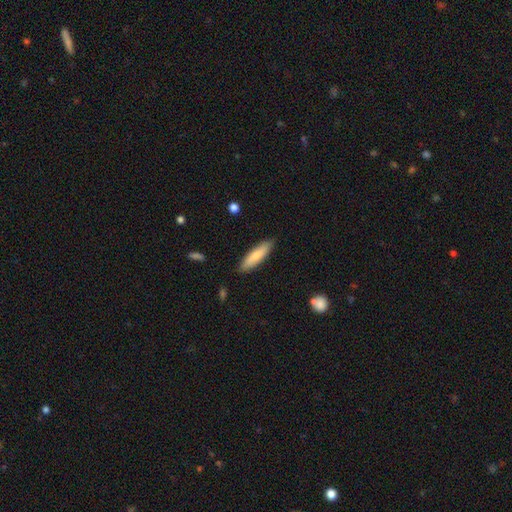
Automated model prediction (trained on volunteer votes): Smooth or featured? Predicted: smooth (p=0.75). How rounded? Predicted: cigar-shaped (p=0.71). Merging? Predicted: none (p=0.87).